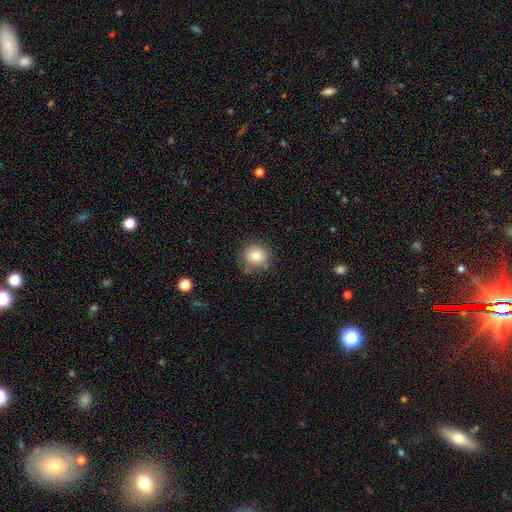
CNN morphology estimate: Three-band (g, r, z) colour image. It shows a smooth galaxy with no disk features (83%) that is round (87%). Merging: none (79%).